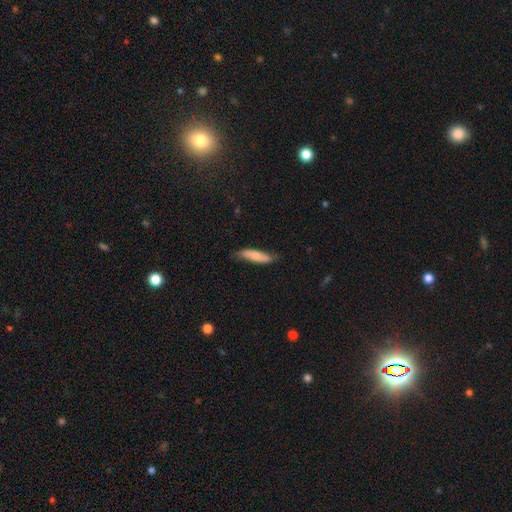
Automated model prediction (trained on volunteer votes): Smooth or featured? Predicted: smooth (p=0.74). How rounded? Predicted: cigar-shaped (p=0.67). Merging? Predicted: none (p=0.72).